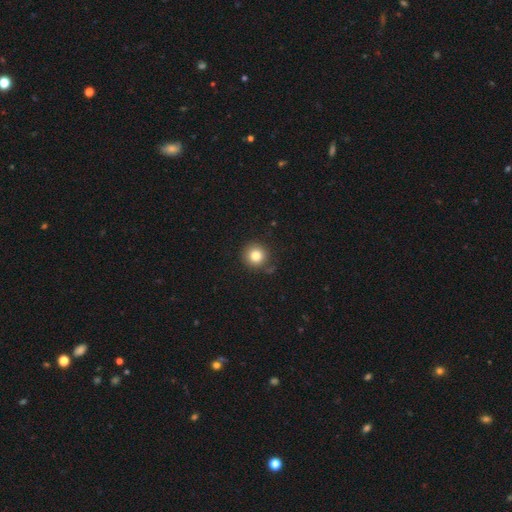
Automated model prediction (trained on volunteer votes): This appears to be a smooth galaxy with no disk features (82%) that is round (94%). Merging: none (84%).